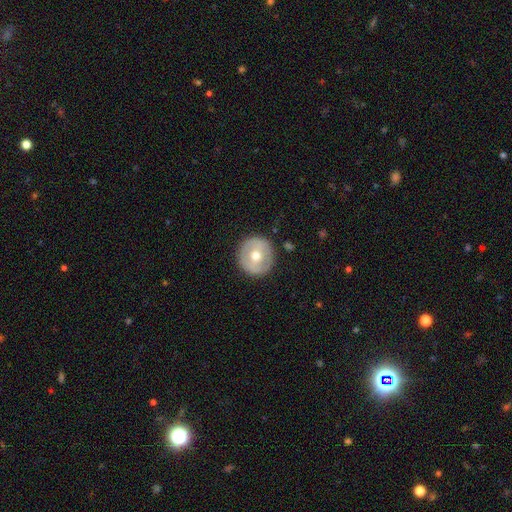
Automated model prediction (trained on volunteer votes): smooth_or_featured: smooth (p=0.52) [alt: featured or disk p=0.42]
how_rounded: round (p=0.95) [alt: in between p=0.04]
merging: none (p=0.88) [alt: minor disturbance p=0.08]